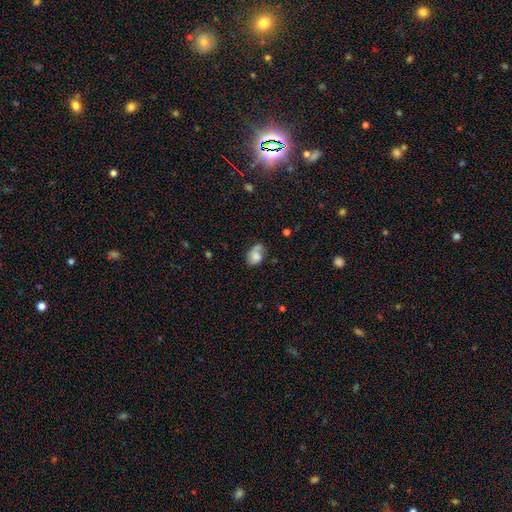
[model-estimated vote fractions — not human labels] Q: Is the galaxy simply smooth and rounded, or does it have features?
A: smooth — 59%.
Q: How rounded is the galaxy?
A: in between — 73%.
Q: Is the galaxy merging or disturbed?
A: none — 43%.